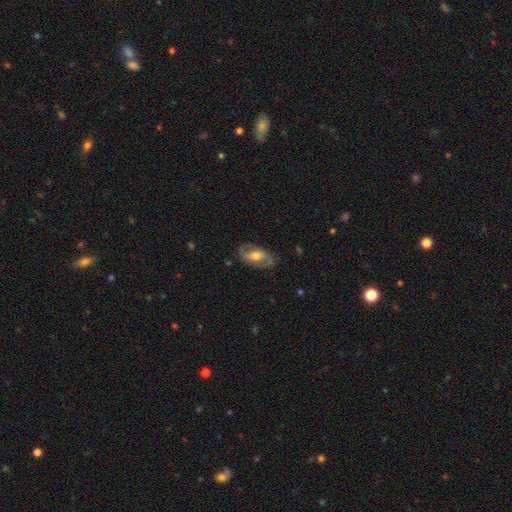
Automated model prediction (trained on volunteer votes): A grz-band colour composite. It shows a featured or disk galaxy (70%) with a weak bar (40%), 2 (86%) medium (47%) spiral arms (79%) and a moderate central bulge (65%). Merging: none (80%).